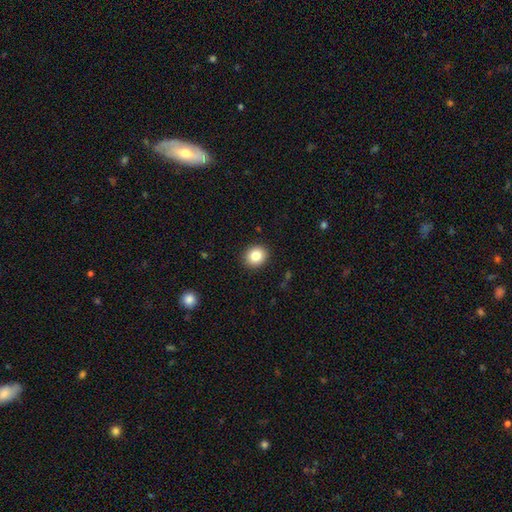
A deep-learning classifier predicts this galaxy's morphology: smooth-or-featured: smooth: 84% | star or artifact: 9% | featured or disk: 7%
  how-rounded: round: 74% | in between: 25% | cigar-shaped: 1%
  merging: none: 91% | minor disturbance: 7% | major disturbance: 2% | merger: 1%